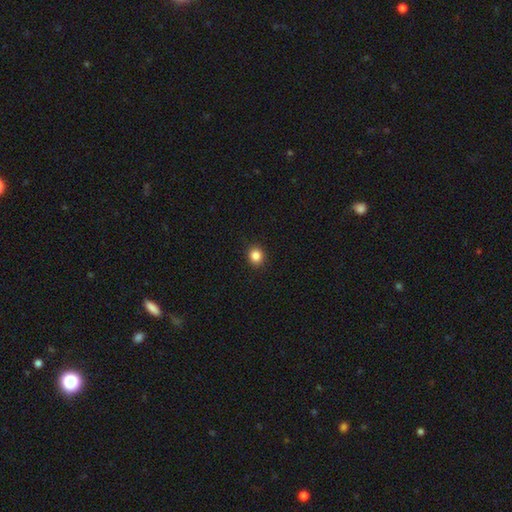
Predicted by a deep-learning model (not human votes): Q: Smooth or featured?
A: smooth (86%); runner-up: star or artifact (11%)
Q: How rounded?
A: round (82%); runner-up: in between (17%)
Q: Merging?
A: none (92%); runner-up: minor disturbance (6%)